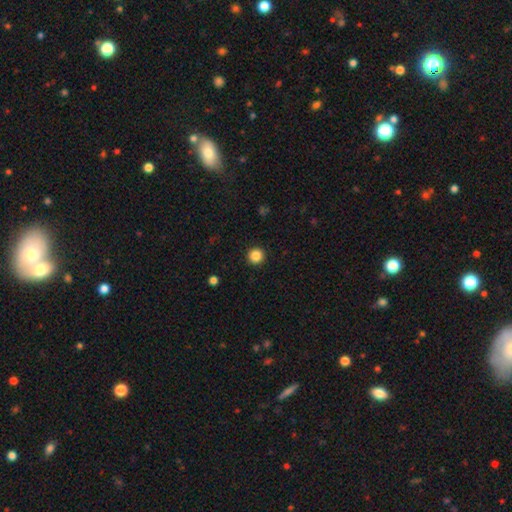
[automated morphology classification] Q: Smooth or featured?
A: smooth (86%); runner-up: star or artifact (11%)
Q: How rounded?
A: round (96%); runner-up: in between (3%)
Q: Merging?
A: none (93%); runner-up: minor disturbance (4%)